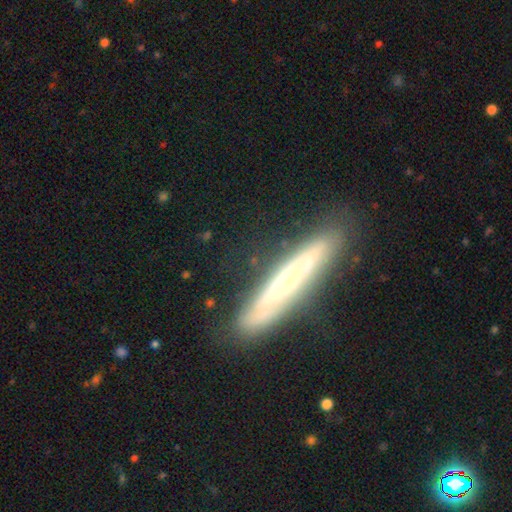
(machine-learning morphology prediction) featured or disk 67%, smooth 26%, star or artifact 7%. Down the decision tree: edge-on disk — yes (72%); merging — none (84%).